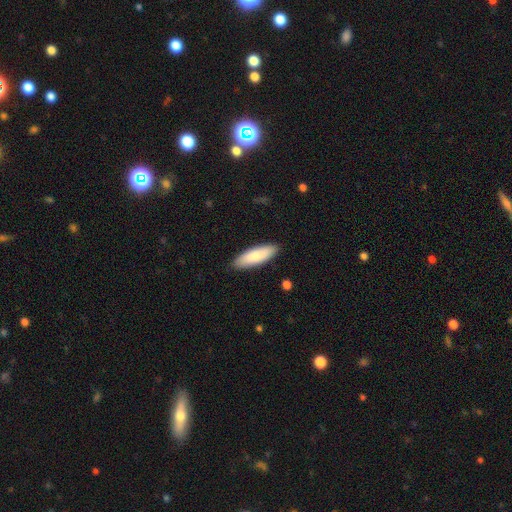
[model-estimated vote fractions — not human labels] This appears to be a smooth galaxy with no disk features (83%) that is in between round and cigar-shaped (56%). Merging: none (88%).